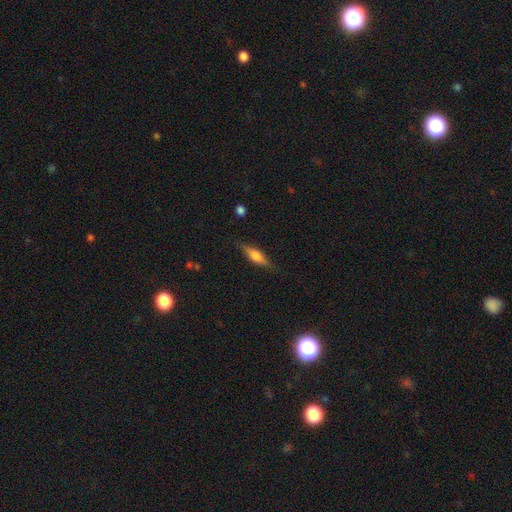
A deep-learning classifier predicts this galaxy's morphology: Smooth or featured? featured or disk (51%)
Edge-on disk? yes (95%)
Merging? none (84%)